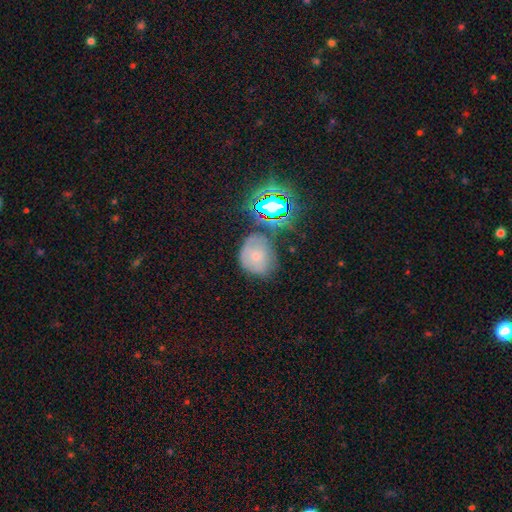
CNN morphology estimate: Overall: smooth (54%; star or artifact 24%). How rounded: round (59%; in between 40%). Merging: none (53%; minor disturbance 28%).